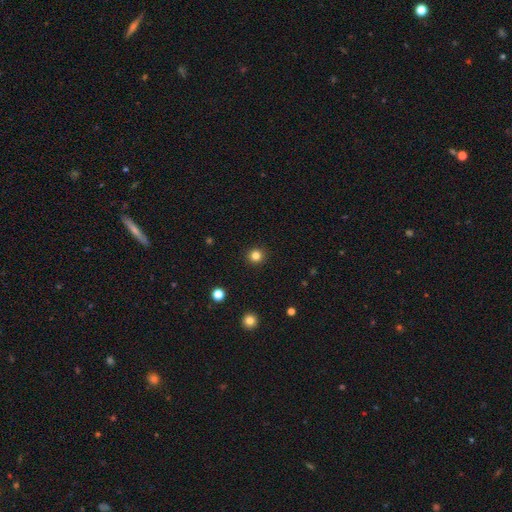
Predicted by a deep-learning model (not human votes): Smooth or featured? Predicted: smooth (p=0.83). How rounded? Predicted: round (p=0.94). Merging? Predicted: none (p=0.93).